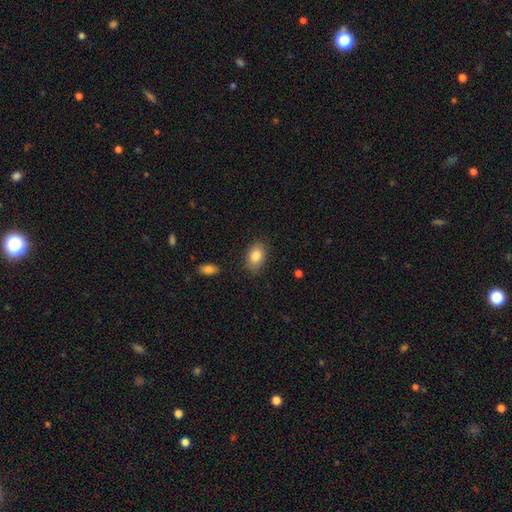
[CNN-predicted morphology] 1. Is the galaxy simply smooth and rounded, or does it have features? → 85% smooth, 8% featured or disk, 7% star or artifact.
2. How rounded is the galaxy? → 85% in between, 14% round, 1% cigar-shaped.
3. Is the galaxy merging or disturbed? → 83% none, 12% minor disturbance, 3% major disturbance, 1% merger.